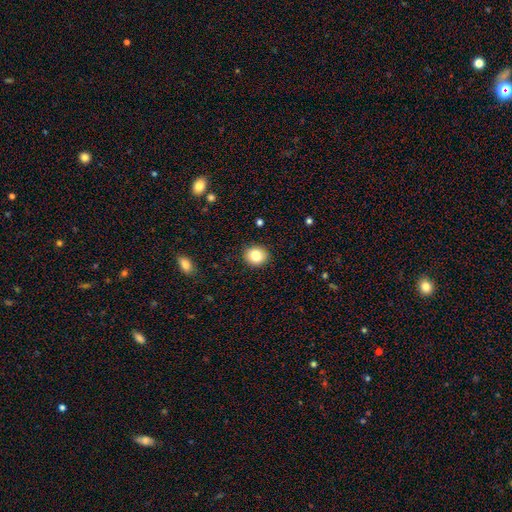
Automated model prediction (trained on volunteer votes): This is clearly a smooth galaxy (82%). How rounded: likely round (75%). Merging: clearly none (90%).